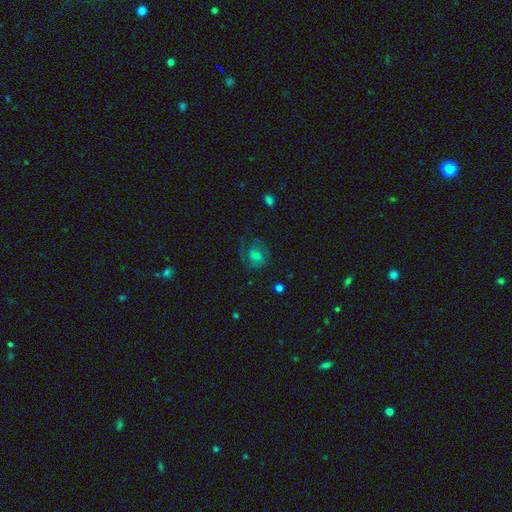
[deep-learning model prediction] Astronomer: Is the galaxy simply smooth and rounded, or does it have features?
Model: smooth — 51% (runner-up: featured or disk, 31%).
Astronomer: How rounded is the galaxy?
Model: round — 65%.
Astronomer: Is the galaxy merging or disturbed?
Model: none — 65%.